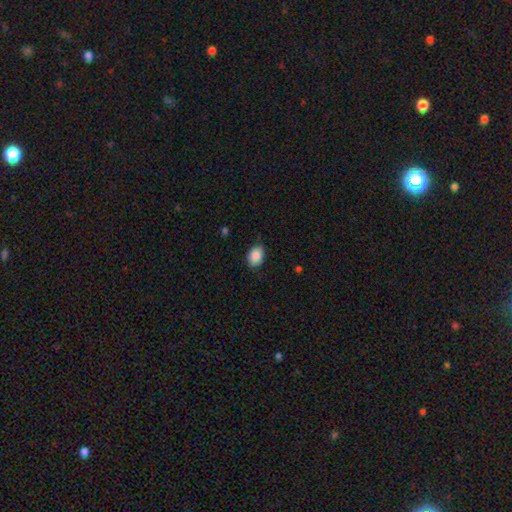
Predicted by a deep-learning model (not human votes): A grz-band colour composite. It shows a smooth galaxy with no disk features (89%) that is in between round and cigar-shaped (80%). Merging: none (81%).